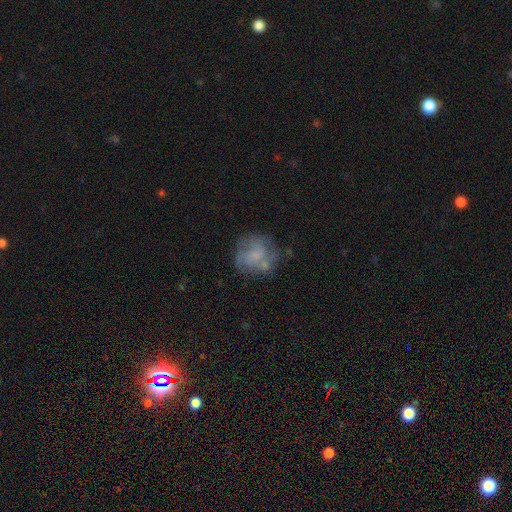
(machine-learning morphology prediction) type=featured or disk (53%); edge-on=no (98%); bar=no (77%); spiral arms=yes (57%); bulge=none (38%); merging=none (58%).